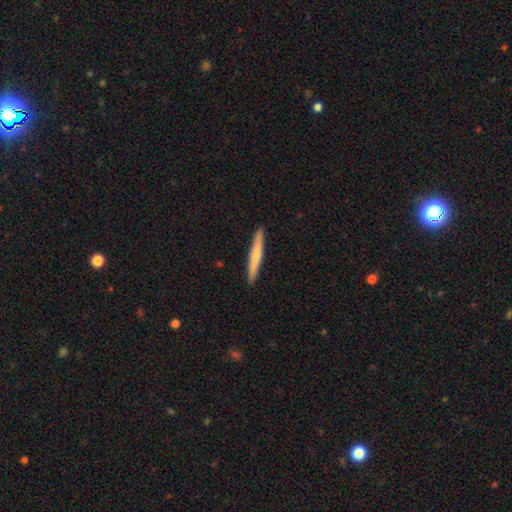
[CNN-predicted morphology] smooth_or_featured: smooth (p=0.61) [alt: featured or disk p=0.34]
how_rounded: cigar-shaped (p=0.96) [alt: in between p=0.03]
merging: none (p=0.92) [alt: minor disturbance p=0.06]